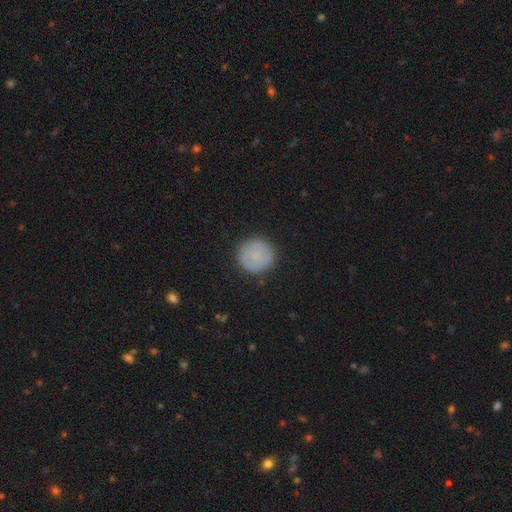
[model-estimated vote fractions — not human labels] Q: Smooth or featured?
A: smooth (76%); runner-up: featured or disk (15%)
Q: How rounded?
A: round (95%); runner-up: in between (4%)
Q: Merging?
A: none (88%); runner-up: minor disturbance (9%)